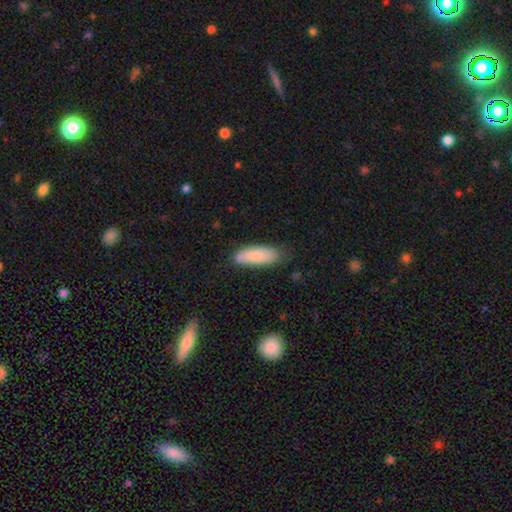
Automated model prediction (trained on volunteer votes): This appears to be a smooth galaxy with no disk features (81%) that is in between round and cigar-shaped (68%). Merging: none (73%).